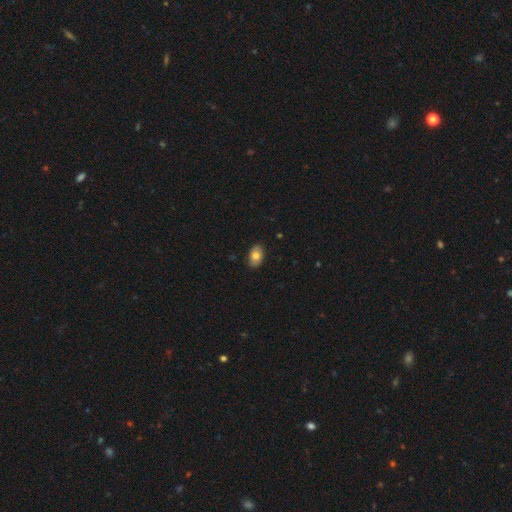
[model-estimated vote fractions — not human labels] Smooth or featured?
  - smooth: 78% *
  - featured or disk: 14%
  - star or artifact: 8%
How rounded?
  - in between: 89% *
  - round: 10%
  - cigar-shaped: 1%
Merging?
  - none: 87% *
  - minor disturbance: 10%
  - major disturbance: 2%
  - merger: 1%